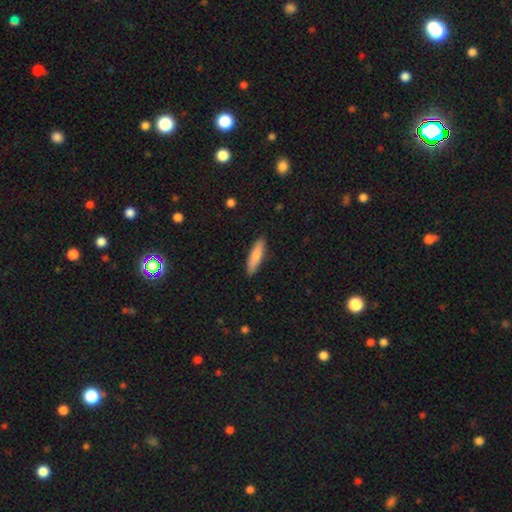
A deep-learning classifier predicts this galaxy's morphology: smooth_or_featured: smooth (p=0.83) [alt: featured or disk p=0.12]
how_rounded: cigar-shaped (p=0.77) [alt: in between p=0.22]
merging: none (p=0.89) [alt: minor disturbance p=0.08]